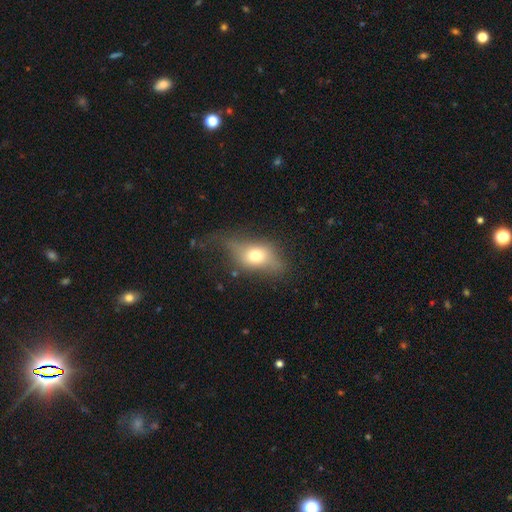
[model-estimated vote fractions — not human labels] Smooth or featured? Predicted: smooth (p=0.64). How rounded? Predicted: in between (p=0.75). Merging? Predicted: none (p=0.42).